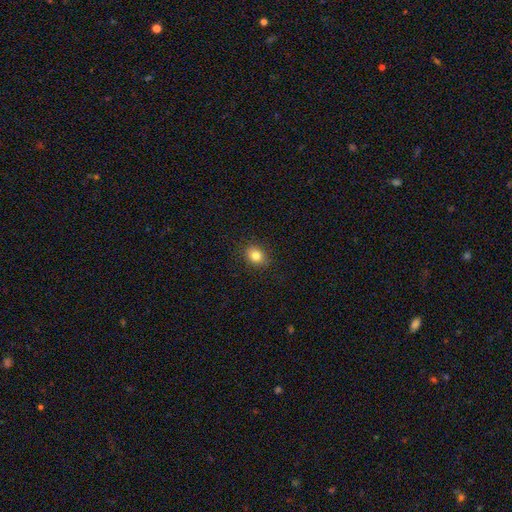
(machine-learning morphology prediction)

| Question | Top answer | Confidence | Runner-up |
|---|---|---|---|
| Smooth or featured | smooth | 82% | star or artifact (10%) |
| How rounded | round | 53% | in between (46%) |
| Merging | none | 88% | minor disturbance (8%) |